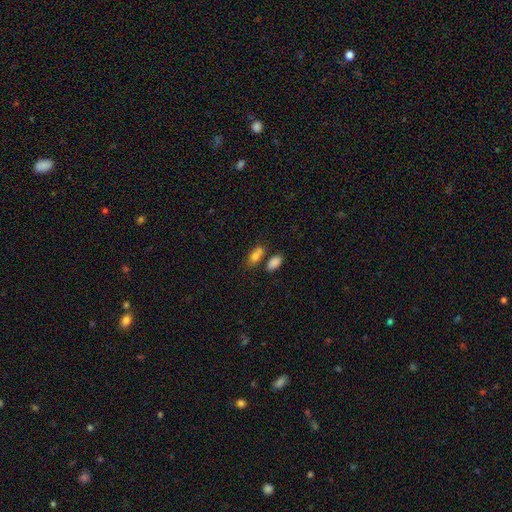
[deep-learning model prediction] smooth_or_featured: smooth (p=0.82) [alt: featured or disk p=0.10]
how_rounded: in between (p=0.86) [alt: round p=0.07]
merging: none (p=0.50) [alt: merger p=0.34]